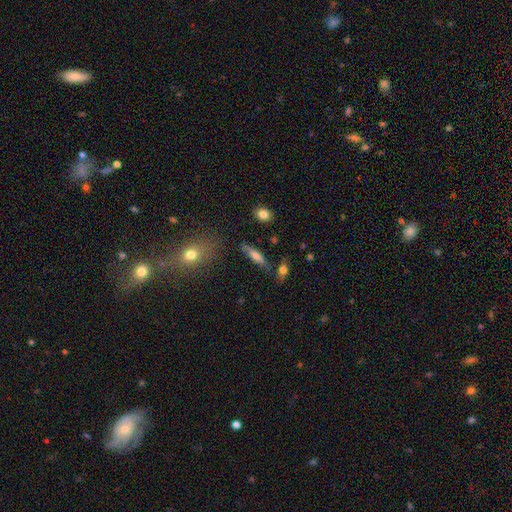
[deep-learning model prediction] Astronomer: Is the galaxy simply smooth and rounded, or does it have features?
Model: smooth — 59%.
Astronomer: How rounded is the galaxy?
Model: cigar-shaped — 70%.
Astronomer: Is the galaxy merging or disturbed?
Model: none — 73%.